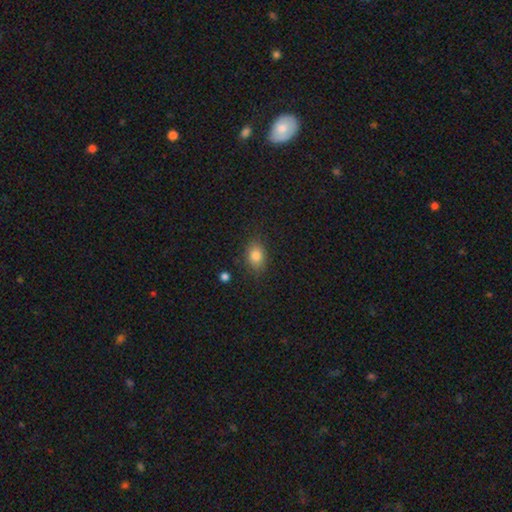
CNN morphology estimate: This appears to be a smooth galaxy with no disk features (82%) that is in between round and cigar-shaped (68%). Merging: none (80%).